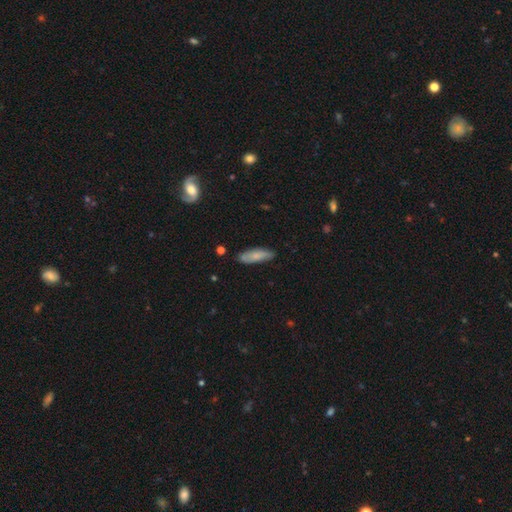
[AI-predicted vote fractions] A smooth galaxy with no disk features (74%) that is in between round and cigar-shaped (49%, tied with cigar-shaped). Merging: none (79%).